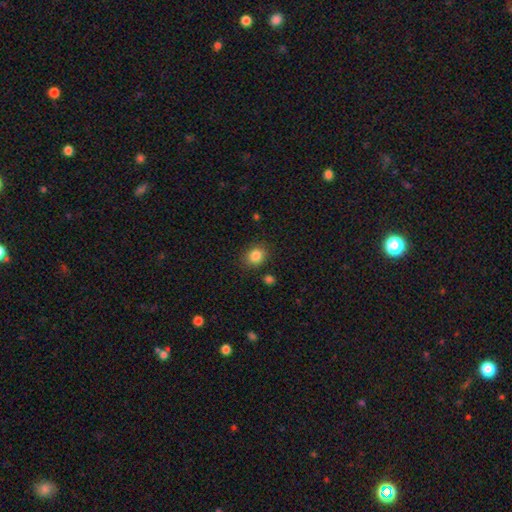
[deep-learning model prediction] smooth 85%, star or artifact 10%, featured or disk 5%. Down the decision tree: how rounded — round (68%); merging — none (84%).